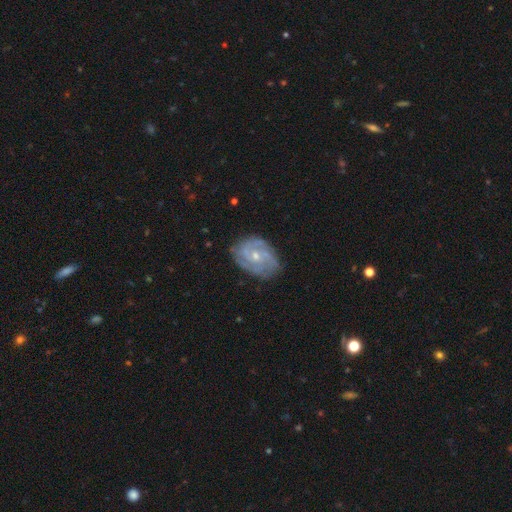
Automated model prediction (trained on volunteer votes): Smooth or featured?
  - featured or disk: 84% *
  - smooth: 10%
  - star or artifact: 6%
Edge-on disk?
  - no: 97% *
  - yes: 3%
Bar?
  - no: 66% *
  - weak: 29%
  - strong: 5%
Spiral arms?
  - yes: 96% *
  - no: 4%
Spiral winding?
  - tight: 56% *
  - medium: 36%
  - loose: 8%
Spiral arm count?
  - 3: 34% *
  - 2: 22%
  - can't tell: 20%
  - 4: 14%
  - more than 4: 5%
  - 1: 5%
Bulge size?
  - small: 60% *
  - moderate: 37%
  - none: 1%
  - large: 1%
  - dominant: 1%
Merging?
  - none: 77% *
  - minor disturbance: 17%
  - major disturbance: 5%
  - merger: 1%